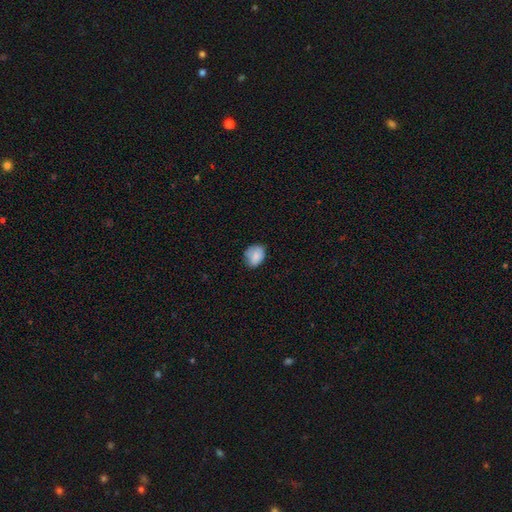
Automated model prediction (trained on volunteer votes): This is clearly a smooth galaxy (84%). How rounded: likely in between (61%). Merging: likely none (68%).